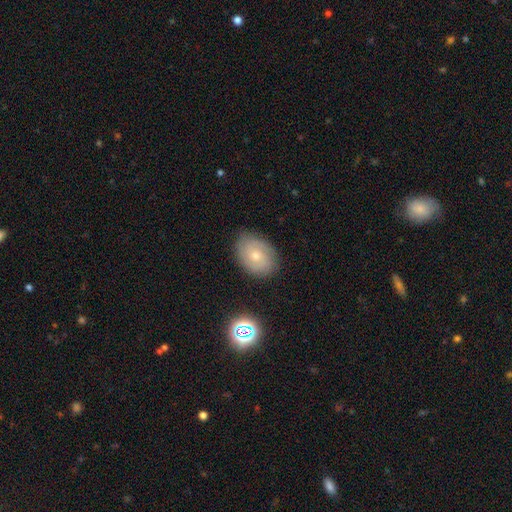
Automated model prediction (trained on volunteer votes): Smooth or featured? featured or disk (51%)
Edge-on disk? no (95%)
Merging? none (82%)